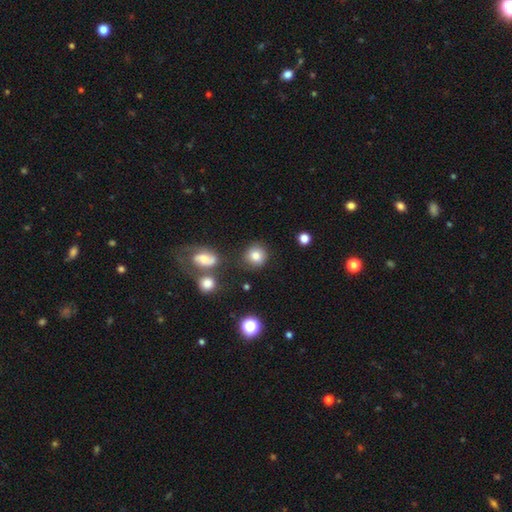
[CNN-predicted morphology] Smooth or featured: smooth — 80% (star or artifact — 11%)
How rounded: round — 89% (in between — 10%)
Merging: none — 80% (minor disturbance — 11%)